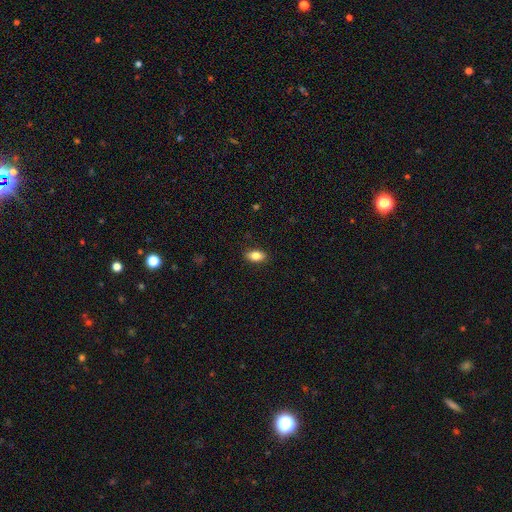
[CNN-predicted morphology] Smooth or featured? Predicted: smooth (p=0.82). How rounded? Predicted: in between (p=0.88). Merging? Predicted: none (p=0.88).